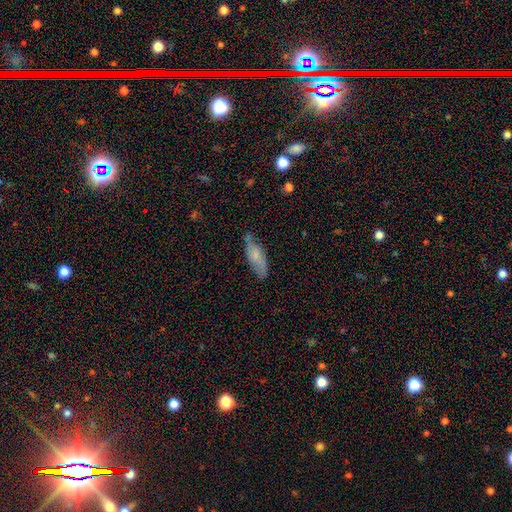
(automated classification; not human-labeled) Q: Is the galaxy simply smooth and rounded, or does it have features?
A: smooth — 62%.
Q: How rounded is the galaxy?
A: in between — 61%.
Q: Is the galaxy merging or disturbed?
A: none — 66%.